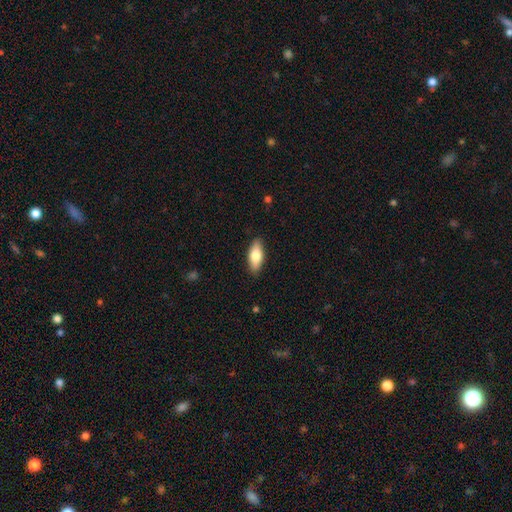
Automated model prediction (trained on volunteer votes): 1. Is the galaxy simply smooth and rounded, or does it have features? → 75% smooth, 19% featured or disk, 6% star or artifact.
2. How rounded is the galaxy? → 79% in between, 18% cigar-shaped, 2% round.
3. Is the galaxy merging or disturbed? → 88% none, 9% minor disturbance, 2% major disturbance, 1% merger.